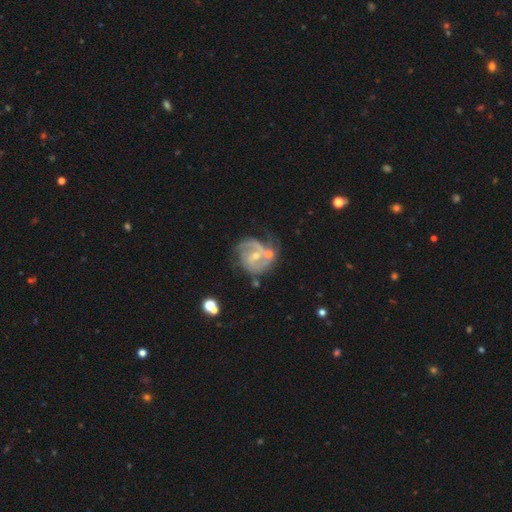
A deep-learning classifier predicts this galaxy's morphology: Smooth or featured? featured or disk (87%)
Edge-on disk? no (98%)
Bar? weak (54%)
Spiral arms? yes (96%)
Spiral winding? medium (51%)
Spiral arm count? 2 (70%)
Bulge size? small (63%)
Merging? none (53%)